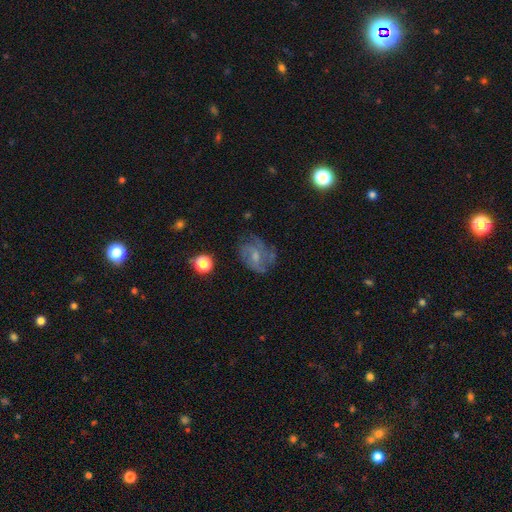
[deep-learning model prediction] Overall: featured or disk (64%; smooth 26%). Edge-on disk: no (97%). Bar: no (54%; weak 40%). Spiral arms: yes (79%). Bulge size: small (48%; moderate 37%). Merging: none (55%; minor disturbance 24%).